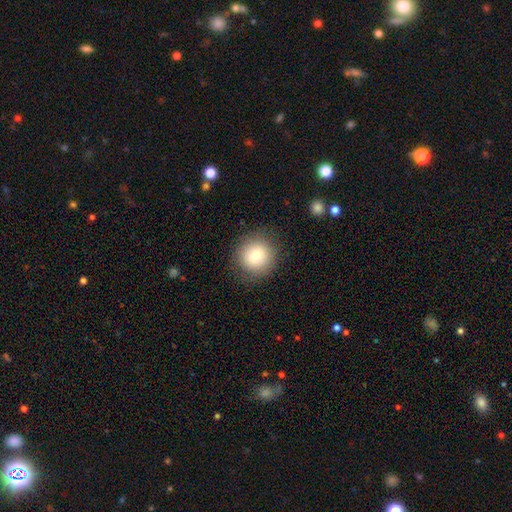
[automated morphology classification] smooth 79%, featured or disk 12%, star or artifact 10%. Down the decision tree: how rounded — round (92%); merging — none (87%).